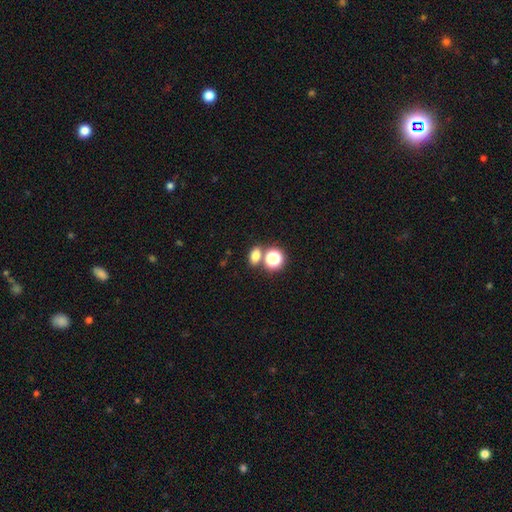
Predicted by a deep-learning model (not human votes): Overall: smooth (75%). How rounded: in between (64%; round 34%). Merging: none (66%).